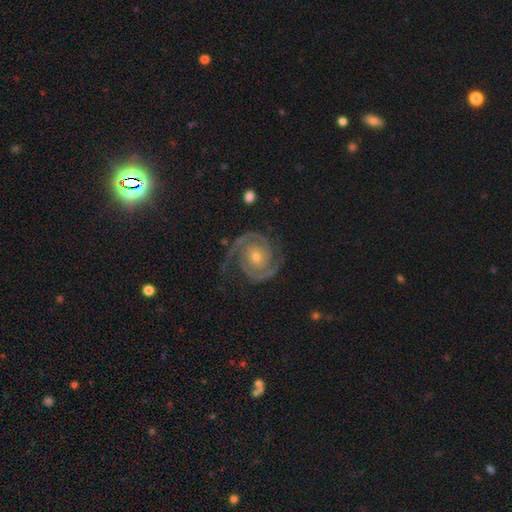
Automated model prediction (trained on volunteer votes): Smooth or featured? Predicted: featured or disk (p=0.93). Edge-on disk? Predicted: no (p=0.98). Bar? Predicted: no (p=0.73). Spiral arms? Predicted: yes (p=0.99). Spiral winding? Predicted: tight (p=0.66). Spiral arm count? Predicted: 2 (p=0.91). Bulge size? Predicted: small (p=0.55). Merging? Predicted: none (p=0.81).